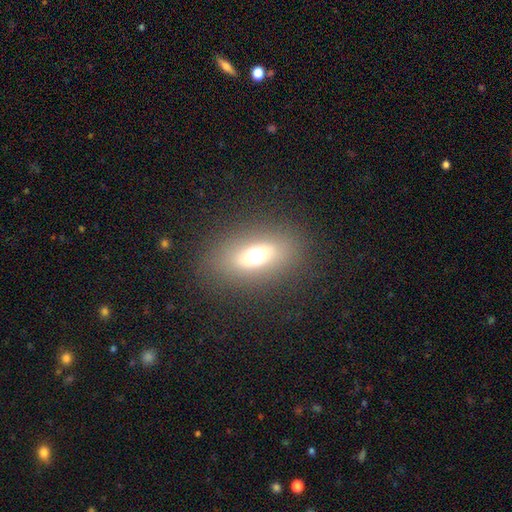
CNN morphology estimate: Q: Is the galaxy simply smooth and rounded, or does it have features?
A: smooth — 58%.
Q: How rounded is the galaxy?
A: in between — 71%.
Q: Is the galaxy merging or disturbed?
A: none — 83%.